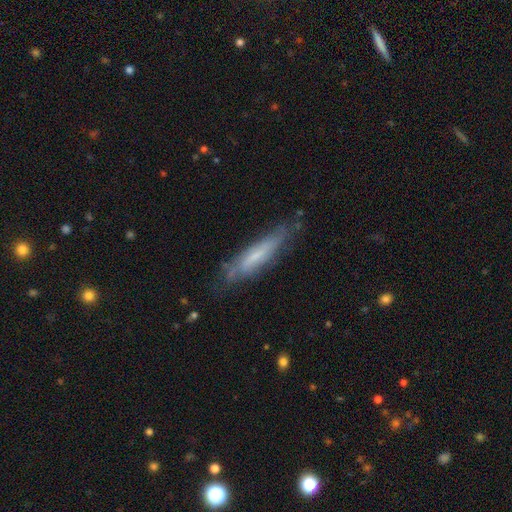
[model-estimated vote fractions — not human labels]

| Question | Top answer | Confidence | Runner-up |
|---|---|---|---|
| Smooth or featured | featured or disk | 51% | smooth (42%) |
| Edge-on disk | yes | 61% | no (39%) |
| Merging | none | 69% | minor disturbance (23%) |